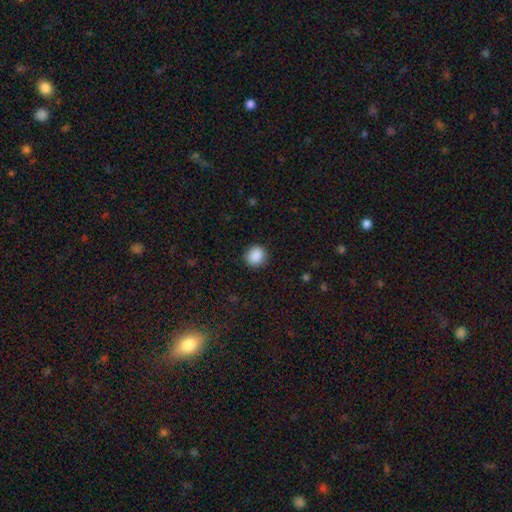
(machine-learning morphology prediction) Smooth or featured? smooth (89%)
How rounded? round (88%)
Merging? none (90%)